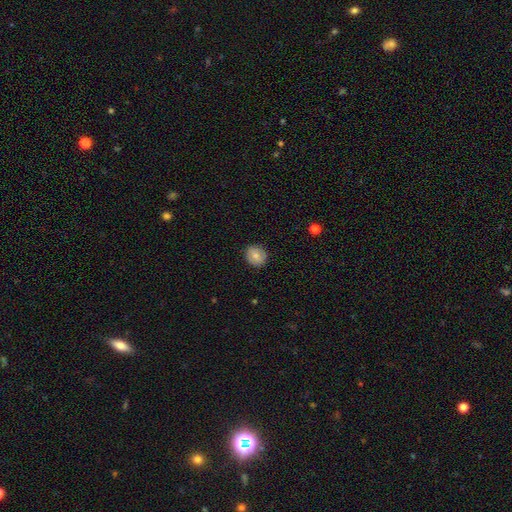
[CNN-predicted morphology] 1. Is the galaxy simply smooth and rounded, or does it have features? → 71% smooth, 21% featured or disk, 8% star or artifact.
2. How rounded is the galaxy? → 81% round, 18% in between, 1% cigar-shaped.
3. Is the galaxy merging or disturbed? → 89% none, 8% minor disturbance, 2% major disturbance, 1% merger.